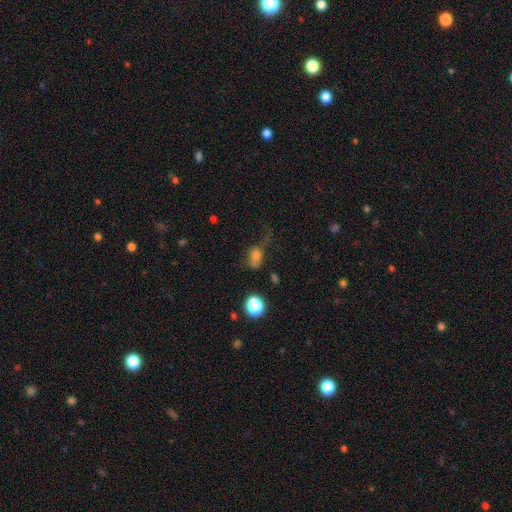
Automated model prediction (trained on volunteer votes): This appears to be a smooth galaxy with no disk features (66%) that is in between round and cigar-shaped (61%). Merging: major disturbance (41%).